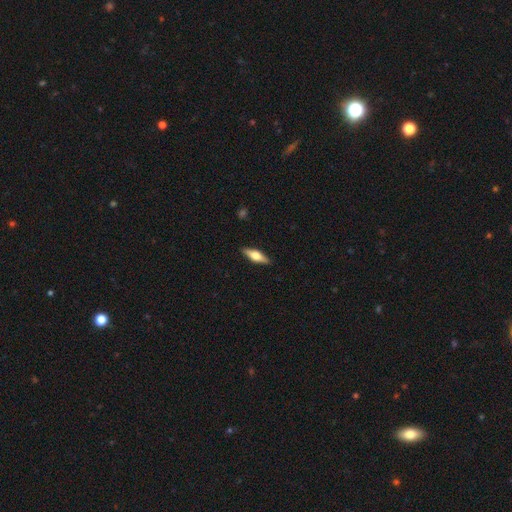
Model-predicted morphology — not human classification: smooth-or-featured: smooth: 48% | featured or disk: 47% | star or artifact: 6%
  merging: none: 90% | minor disturbance: 8% | major disturbance: 2% | merger: 1%